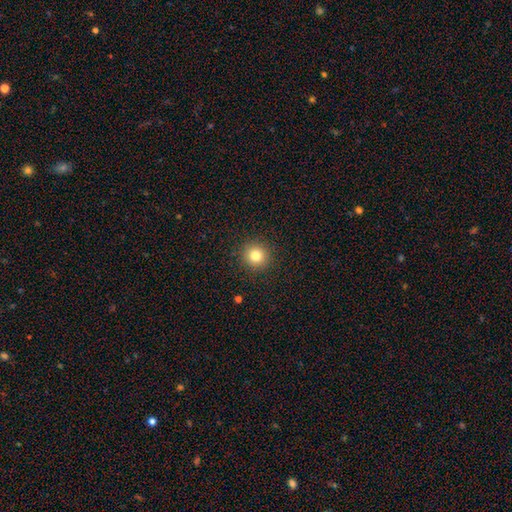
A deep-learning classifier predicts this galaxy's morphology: A smooth galaxy with no disk features (80%) that is round (94%).

Vote fractions:
- Smooth or featured? smooth: 80% / star or artifact: 13% / featured or disk: 7%
- How rounded? round: 94% / in between: 5% / cigar-shaped: 1%
- Merging? none: 92% / minor disturbance: 5% / major disturbance: 2% / merger: 1%